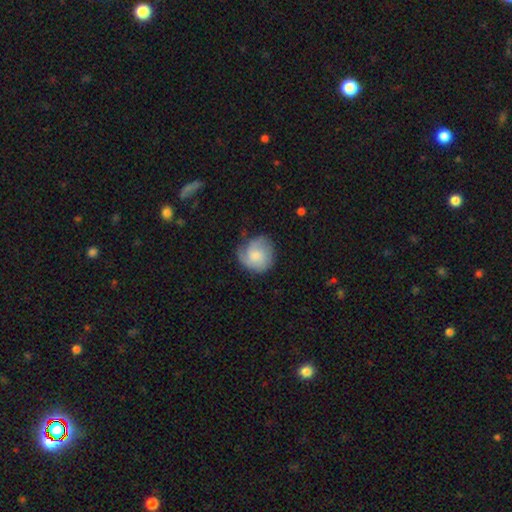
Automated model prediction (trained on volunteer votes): Q: Smooth or featured?
A: smooth (48%); runner-up: featured or disk (45%)
Q: Merging?
A: none (59%); runner-up: minor disturbance (26%)